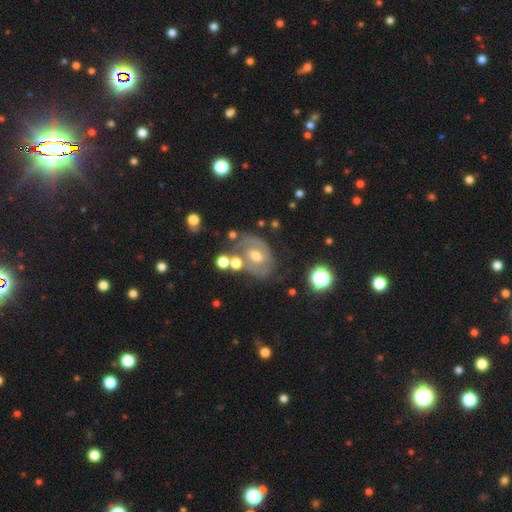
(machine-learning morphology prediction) Q: Smooth or featured?
A: featured or disk (74%); runner-up: smooth (17%)
Q: Edge-on disk?
A: no (96%); runner-up: yes (4%)
Q: Bar?
A: no (48%); runner-up: weak (40%)
Q: Spiral arms?
A: yes (76%); runner-up: no (24%)
Q: Spiral winding?
A: tight (50%); runner-up: medium (36%)
Q: Spiral arm count?
A: 2 (51%); runner-up: can't tell (26%)
Q: Bulge size?
A: moderate (69%); runner-up: small (20%)
Q: Merging?
A: none (57%); runner-up: minor disturbance (21%)